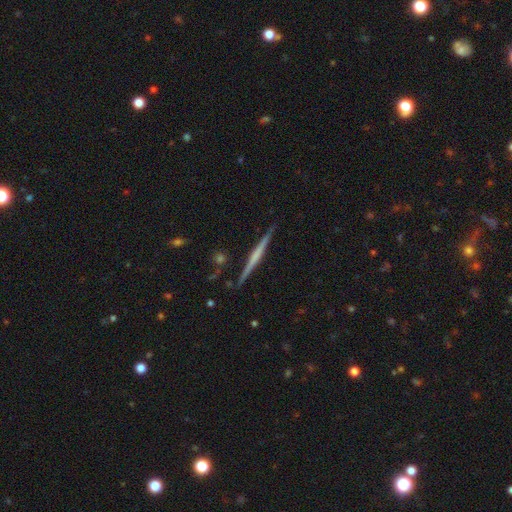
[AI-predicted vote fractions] Smooth or featured? featured or disk (67%)
Edge-on disk? yes (98%)
Edge-on bulge? none (65%)
Merging? none (90%)